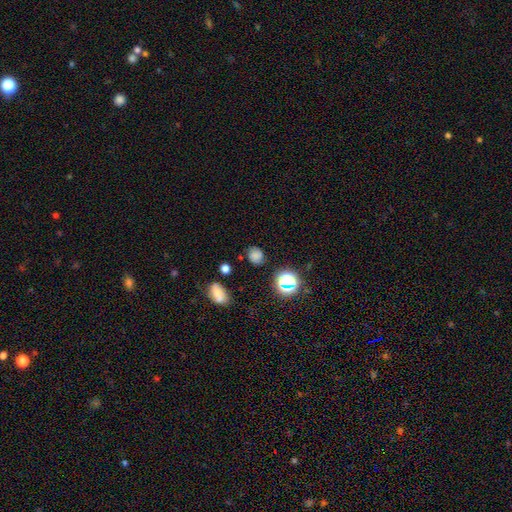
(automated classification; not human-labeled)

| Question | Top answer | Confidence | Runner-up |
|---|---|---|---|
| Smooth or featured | smooth | 68% | star or artifact (20%) |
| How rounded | round | 68% | in between (31%) |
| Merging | none | 74% | minor disturbance (17%) |